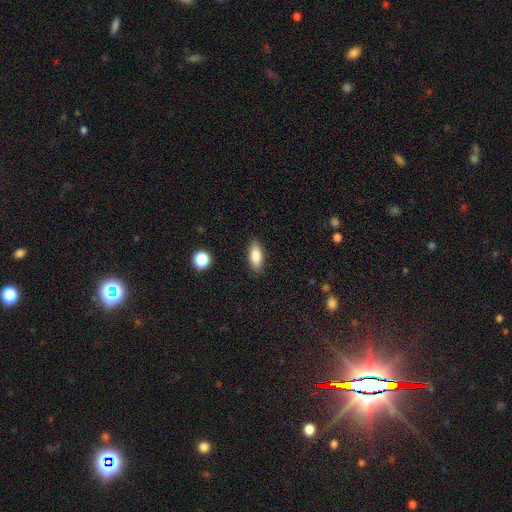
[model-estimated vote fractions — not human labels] Overall: smooth (85%). How rounded: in between (84%). Merging: none (88%).